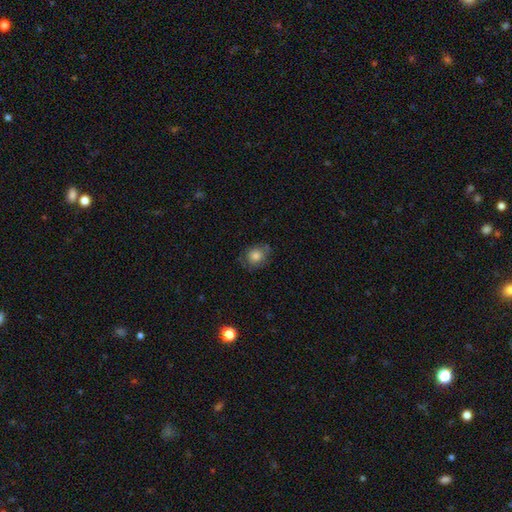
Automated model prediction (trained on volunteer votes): A smooth galaxy with no disk features (77%) that is round (71%).

Vote fractions:
- Smooth or featured? smooth: 77% / featured or disk: 14% / star or artifact: 9%
- How rounded? round: 71% / in between: 28% / cigar-shaped: 1%
- Merging? none: 67% / minor disturbance: 23% / major disturbance: 7% / merger: 3%